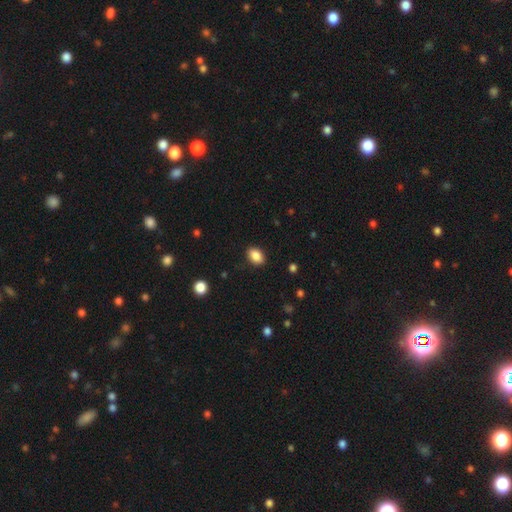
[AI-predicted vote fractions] The model was most divided on "how rounded": in between: 84%, round: 15%, cigar-shaped: 1%. More confident: smooth or featured — smooth (89%); merging — none (88%).